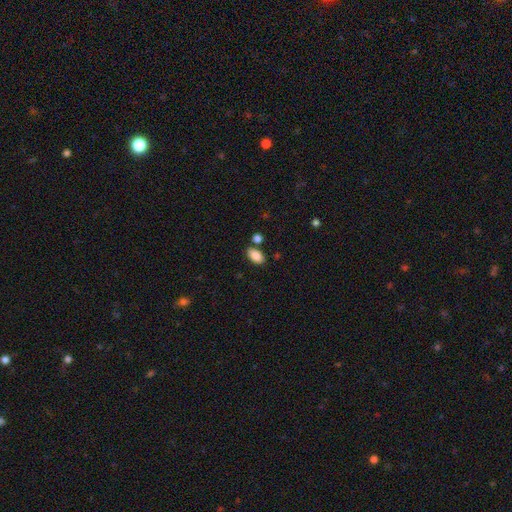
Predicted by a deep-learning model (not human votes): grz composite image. It shows a smooth galaxy with no disk features (87%) that is in between round and cigar-shaped (93%). Merging: none (75%).